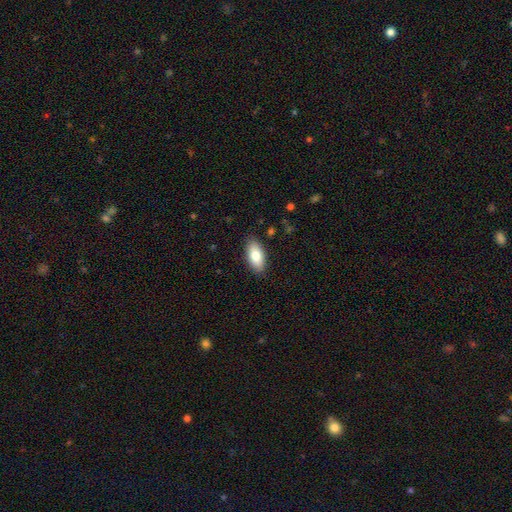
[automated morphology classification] Overall: smooth (82%). How rounded: in between (90%). Merging: none (87%).